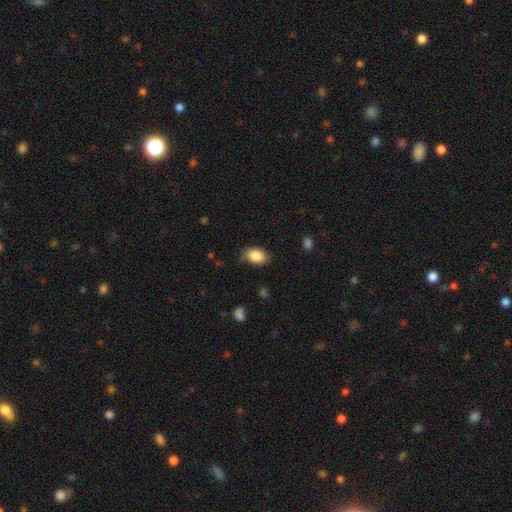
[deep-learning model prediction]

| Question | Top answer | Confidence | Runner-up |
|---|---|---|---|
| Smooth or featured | smooth | 87% | star or artifact (7%) |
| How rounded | in between | 89% | round (10%) |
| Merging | none | 74% | minor disturbance (20%) |